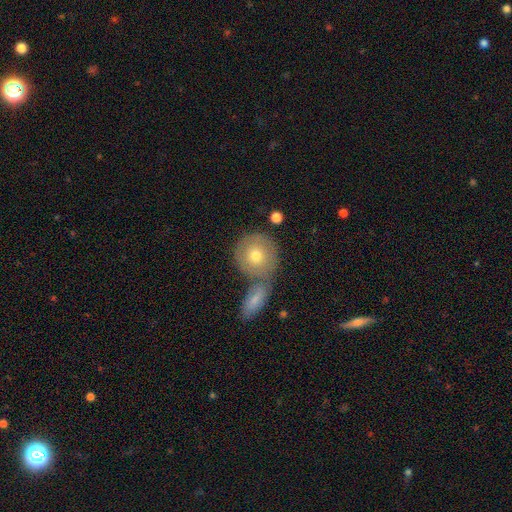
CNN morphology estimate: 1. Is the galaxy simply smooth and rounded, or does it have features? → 60% smooth, 33% featured or disk, 8% star or artifact.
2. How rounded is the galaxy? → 89% round, 10% in between, 1% cigar-shaped.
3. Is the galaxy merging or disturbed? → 57% none, 30% merger, 10% minor disturbance, 3% major disturbance.